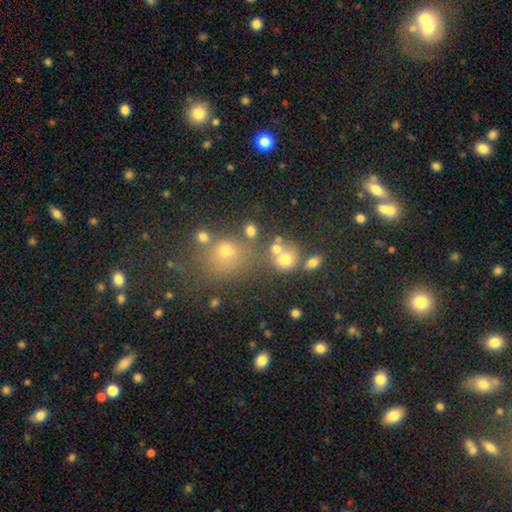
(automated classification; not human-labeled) Smooth or featured?
  - star or artifact: 56% *
  - smooth: 34%
  - featured or disk: 10%